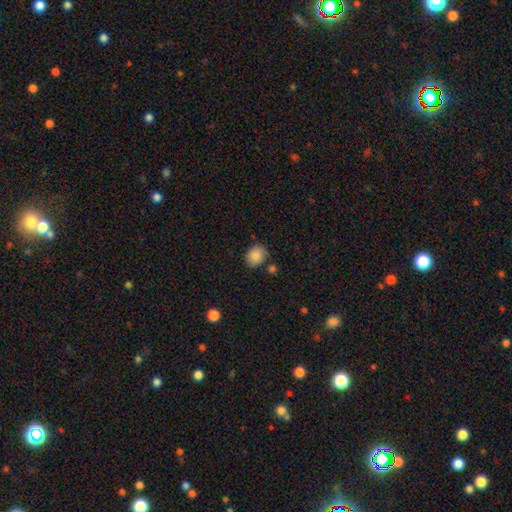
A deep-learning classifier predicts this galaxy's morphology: This is clearly a smooth galaxy (86%). How rounded: possibly round (59%). Merging: likely none (78%).